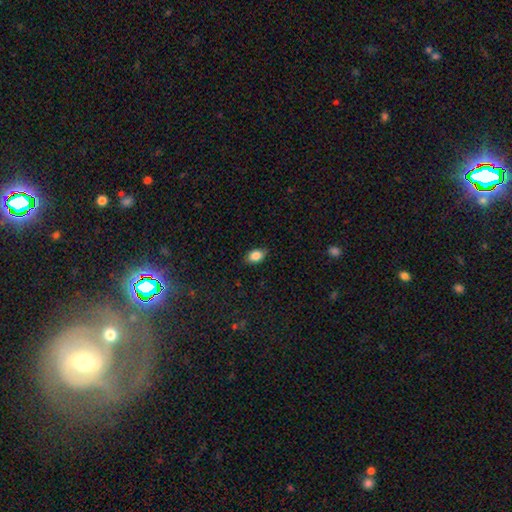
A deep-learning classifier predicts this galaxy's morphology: This is clearly a smooth galaxy (85%). How rounded: clearly in between (83%). Merging: clearly none (82%).